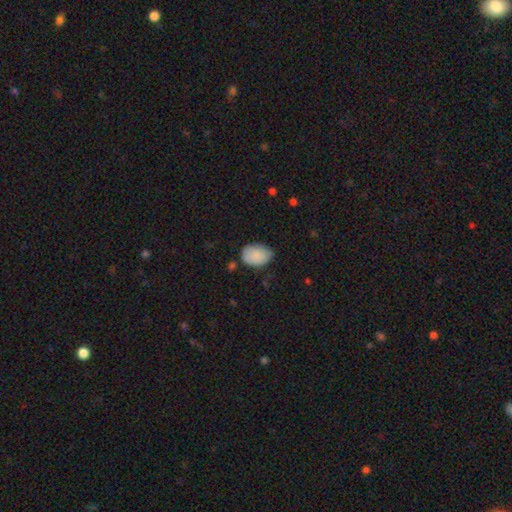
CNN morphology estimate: Overall: smooth (87%). How rounded: in between (82%). Merging: none (64%; minor disturbance 28%).